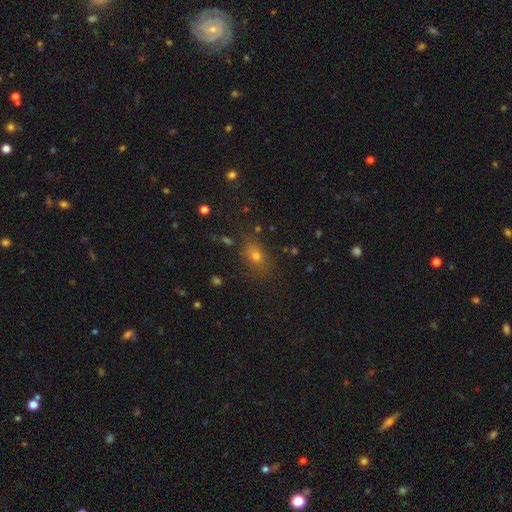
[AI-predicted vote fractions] Smooth or featured? Predicted: smooth (p=0.66). How rounded? Predicted: in between (p=0.62). Merging? Predicted: none (p=0.78).